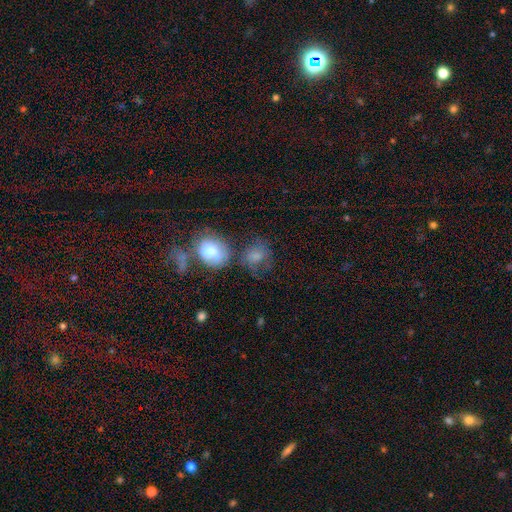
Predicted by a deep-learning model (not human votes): A smooth galaxy with no disk features (68%) that is round (60%). Merging: none (43%).